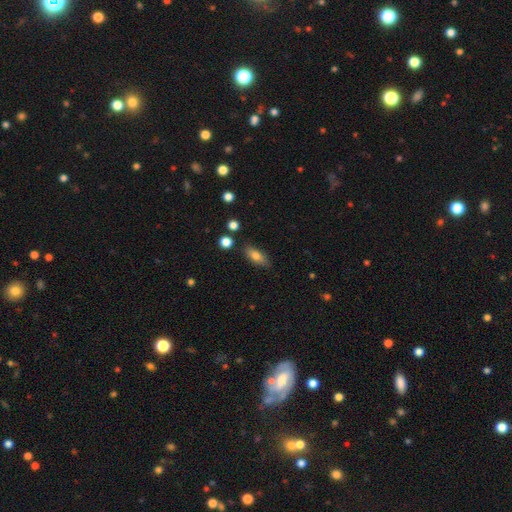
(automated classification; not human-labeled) Smooth or featured? Predicted: smooth (p=0.75). How rounded? Predicted: in between (p=0.75). Merging? Predicted: none (p=0.82).